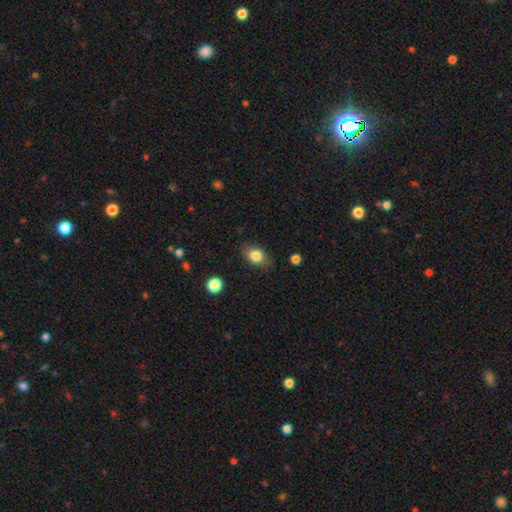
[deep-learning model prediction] This is clearly a smooth galaxy (81%). How rounded: likely in between (73%). Merging: likely none (80%).